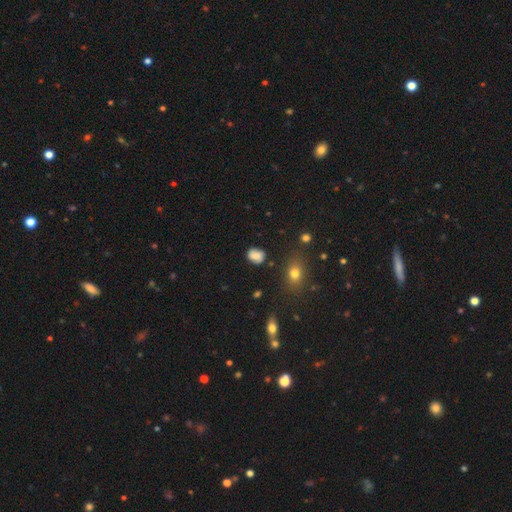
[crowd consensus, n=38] Smooth or featured? 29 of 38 (76%) said smooth. How rounded? 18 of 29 (62%) said in between. Merging? 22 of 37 (59%) said none.